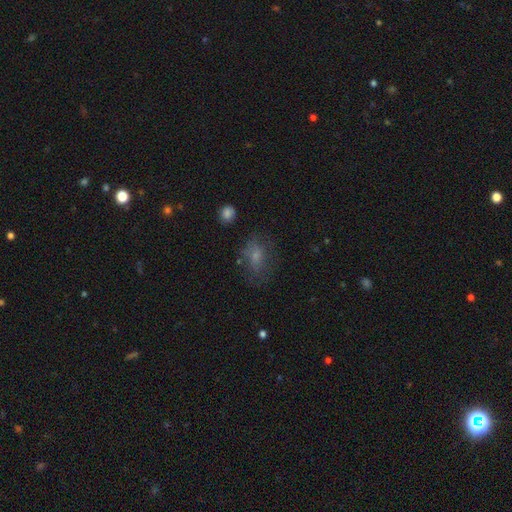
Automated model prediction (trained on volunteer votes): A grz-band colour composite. It shows a smooth galaxy with no disk features (63%) that is in between round and cigar-shaped (76%). Merging: none (55%).